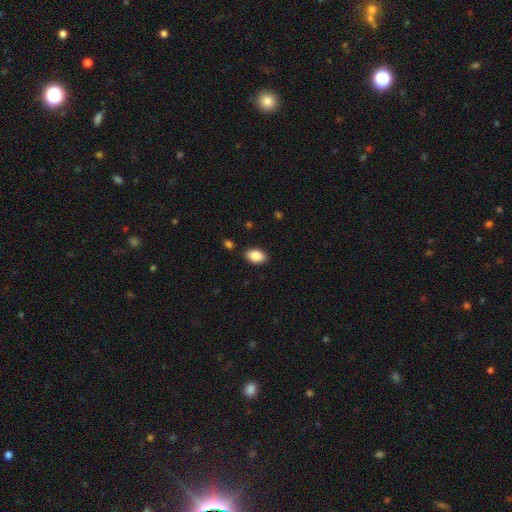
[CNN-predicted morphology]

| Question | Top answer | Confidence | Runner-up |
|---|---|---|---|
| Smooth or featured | smooth | 88% | star or artifact (7%) |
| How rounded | in between | 91% | round (8%) |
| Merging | none | 87% | minor disturbance (9%) |